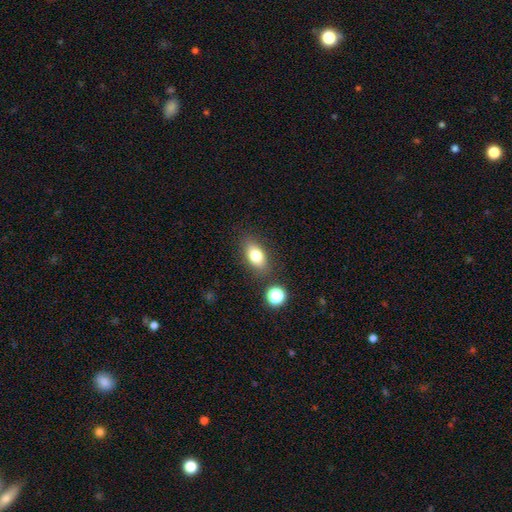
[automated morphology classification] Smooth or featured: smooth — 77% (featured or disk — 13%)
How rounded: in between — 82% (round — 13%)
Merging: none — 81% (minor disturbance — 11%)